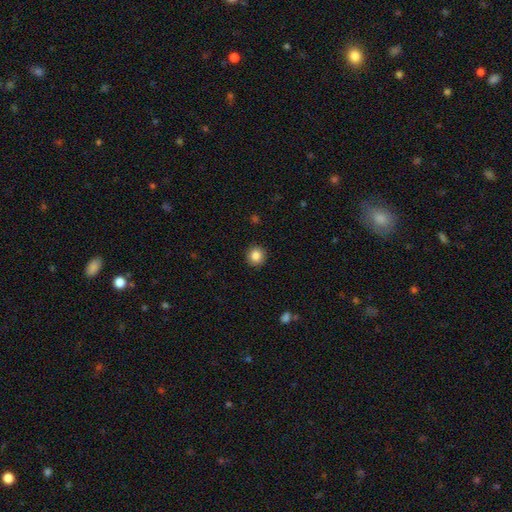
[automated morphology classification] A smooth galaxy with no disk features (84%) that is round (94%). Merging: none (92%).